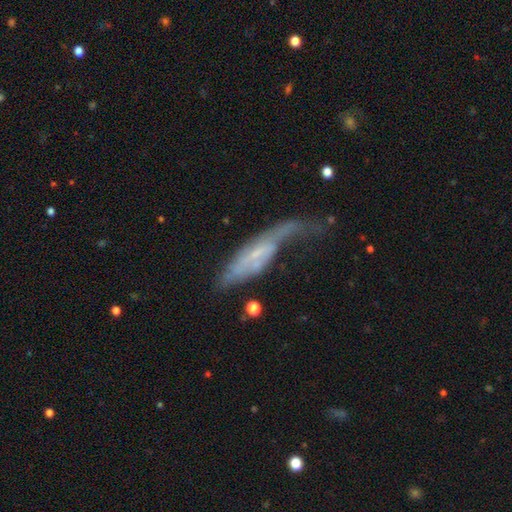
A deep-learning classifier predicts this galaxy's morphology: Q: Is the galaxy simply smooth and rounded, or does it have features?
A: featured or disk — 56%.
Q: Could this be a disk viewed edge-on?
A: no — 62%.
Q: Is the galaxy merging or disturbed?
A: major disturbance — 46%.